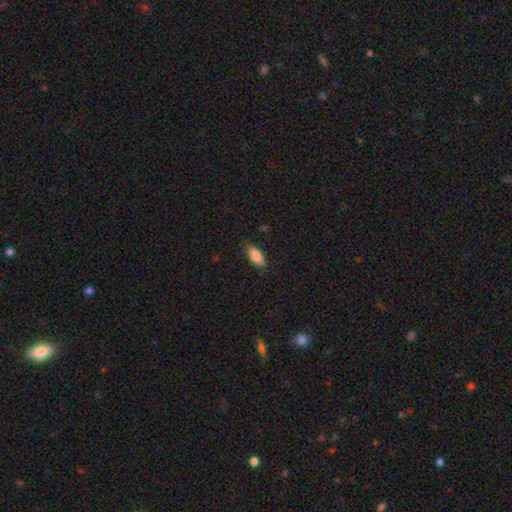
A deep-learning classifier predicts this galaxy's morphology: This is clearly a smooth galaxy (87%). How rounded: clearly in between (81%). Merging: clearly none (84%).